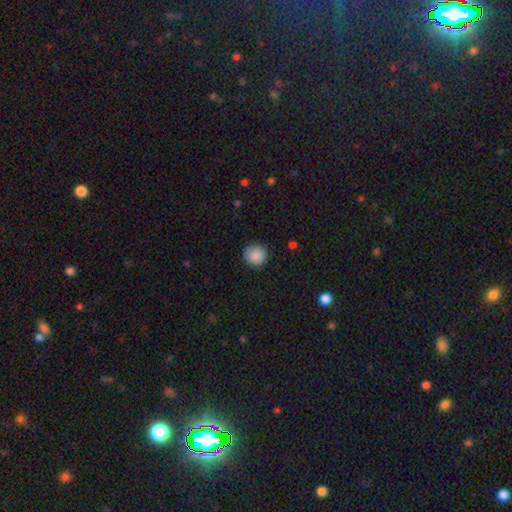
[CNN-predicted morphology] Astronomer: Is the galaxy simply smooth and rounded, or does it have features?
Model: smooth — 88%.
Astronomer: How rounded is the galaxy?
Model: round — 93%.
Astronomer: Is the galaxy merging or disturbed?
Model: none — 87%.